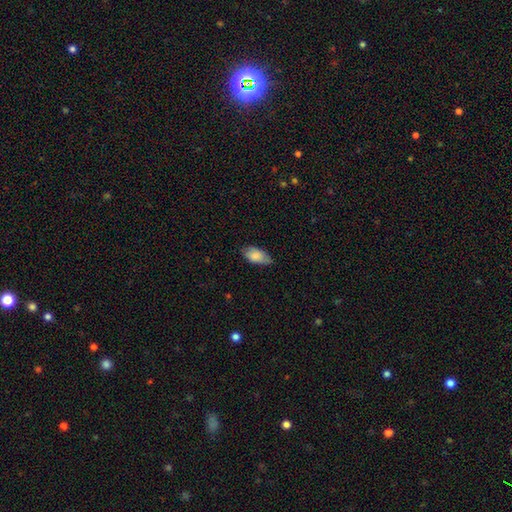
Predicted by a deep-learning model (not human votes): This appears to be a smooth galaxy with no disk features (81%) that is in between round and cigar-shaped (92%). Merging: none (69%).